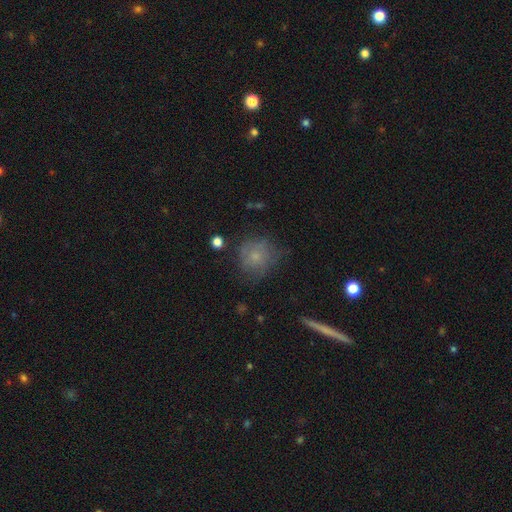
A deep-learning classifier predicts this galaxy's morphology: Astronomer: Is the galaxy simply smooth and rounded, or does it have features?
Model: smooth — 63%.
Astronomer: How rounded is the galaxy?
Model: round — 84%.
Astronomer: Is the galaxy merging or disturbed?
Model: none — 61%.